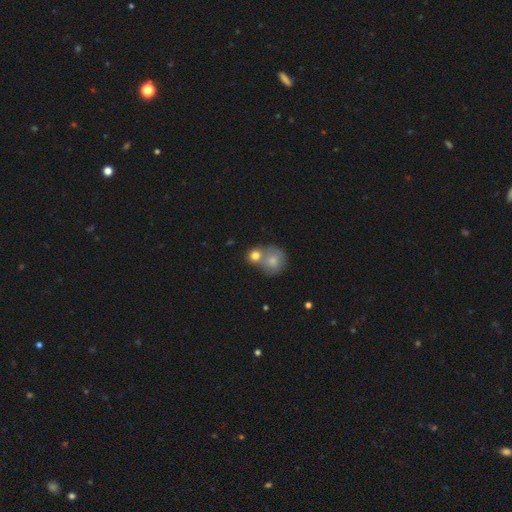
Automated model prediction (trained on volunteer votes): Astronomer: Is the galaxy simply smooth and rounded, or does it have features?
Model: smooth — 78%.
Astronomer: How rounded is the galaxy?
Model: round — 83%.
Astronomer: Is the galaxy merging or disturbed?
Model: merger — 49% (runner-up: none, 39%).